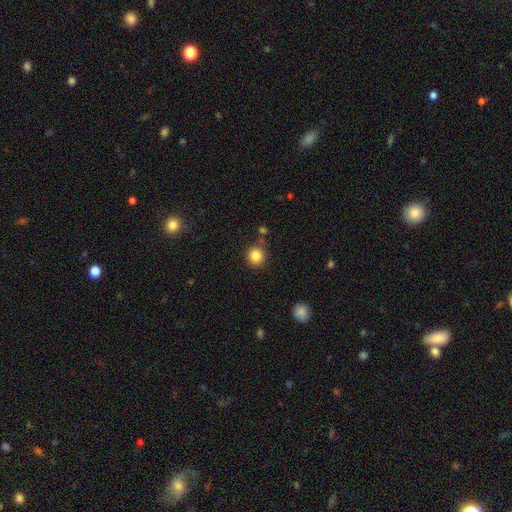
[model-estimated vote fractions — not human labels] A smooth galaxy with no disk features (86%) that is round (89%). Merging: none (84%).